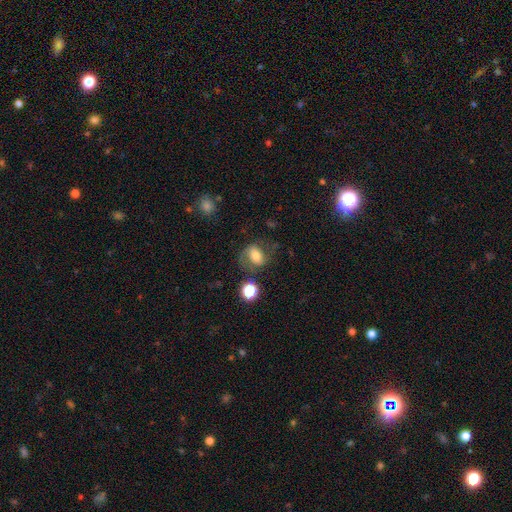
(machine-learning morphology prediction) smooth-or-featured: smooth: 51% | featured or disk: 37% | star or artifact: 12%
  how-rounded: in between: 60% | round: 38% | cigar-shaped: 2%
  merging: none: 56% | minor disturbance: 21% | major disturbance: 16% | merger: 6%